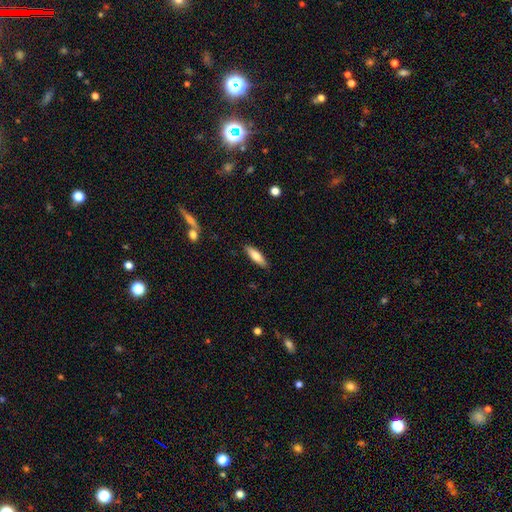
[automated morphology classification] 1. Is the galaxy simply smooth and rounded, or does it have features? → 76% smooth, 18% featured or disk, 6% star or artifact.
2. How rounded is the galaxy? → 55% cigar-shaped, 43% in between, 2% round.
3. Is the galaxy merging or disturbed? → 88% none, 9% minor disturbance, 2% major disturbance, 1% merger.